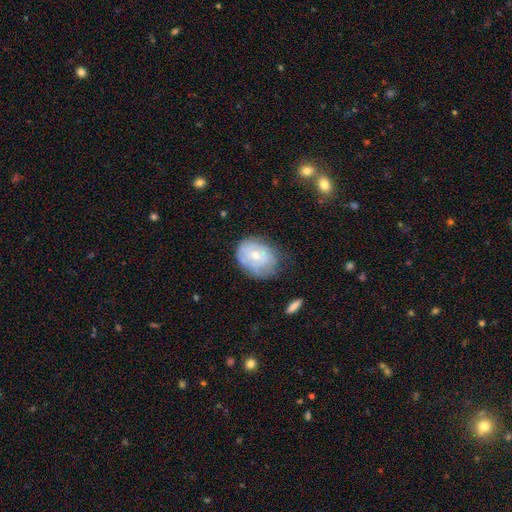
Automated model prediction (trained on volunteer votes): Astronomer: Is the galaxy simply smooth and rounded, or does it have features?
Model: featured or disk — 53% (runner-up: smooth, 40%).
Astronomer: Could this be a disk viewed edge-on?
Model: no — 96%.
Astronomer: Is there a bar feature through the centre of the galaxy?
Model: no — 83%.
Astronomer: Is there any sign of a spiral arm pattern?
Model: yes — 53% (runner-up: no, 47%).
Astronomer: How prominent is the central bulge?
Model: small — 50% (runner-up: moderate, 47%).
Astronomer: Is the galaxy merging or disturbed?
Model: none — 54% (runner-up: minor disturbance, 31%).